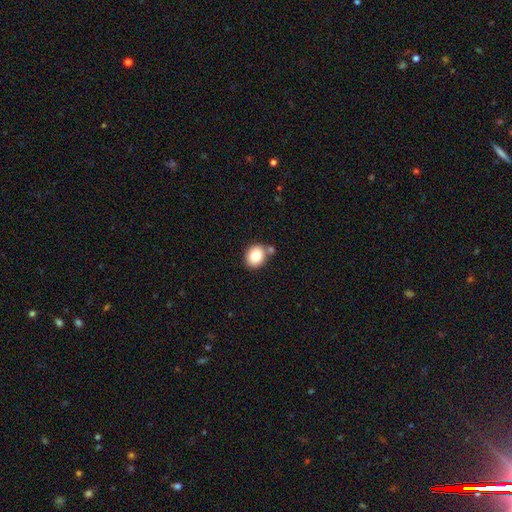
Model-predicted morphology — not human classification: type=smooth (81%); roundness=round (59%); merging=none (71%).